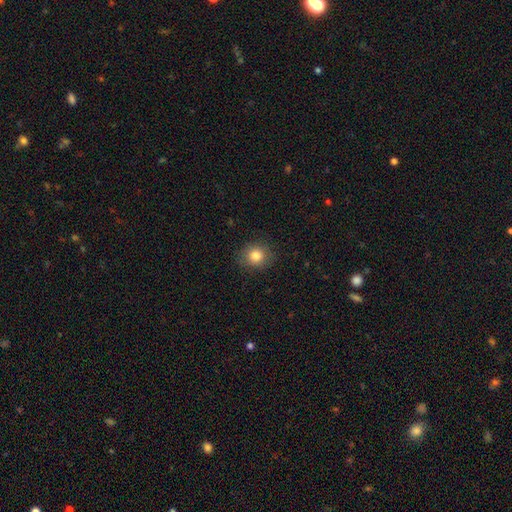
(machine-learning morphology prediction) smooth 83%, star or artifact 10%, featured or disk 7%. Down the decision tree: how rounded — round (78%); merging — none (87%).